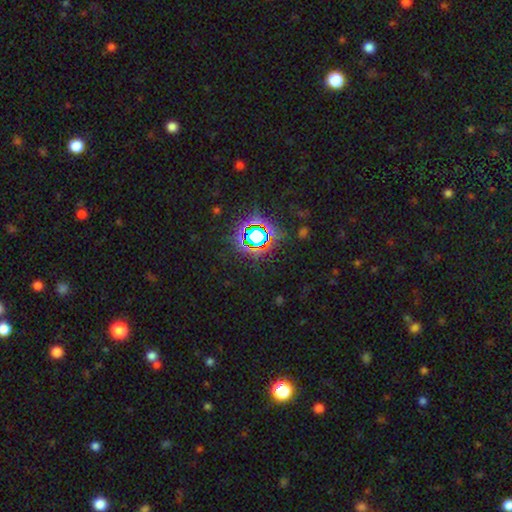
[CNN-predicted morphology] Smooth or featured? star or artifact (77%)